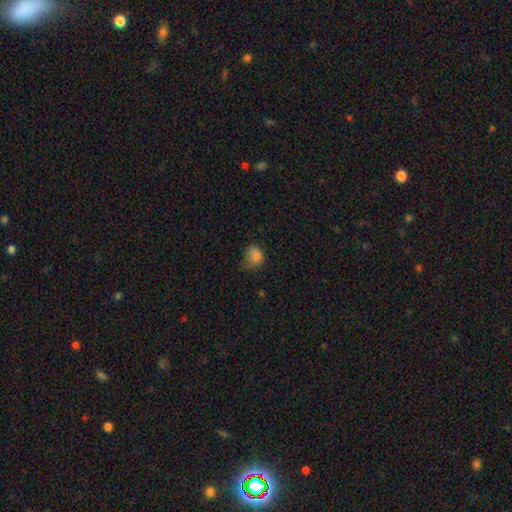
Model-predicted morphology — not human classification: smooth_or_featured: smooth (p=0.79) [alt: star or artifact p=0.12]
how_rounded: round (p=0.53) [alt: in between p=0.46]
merging: none (p=0.42) [alt: minor disturbance p=0.34]